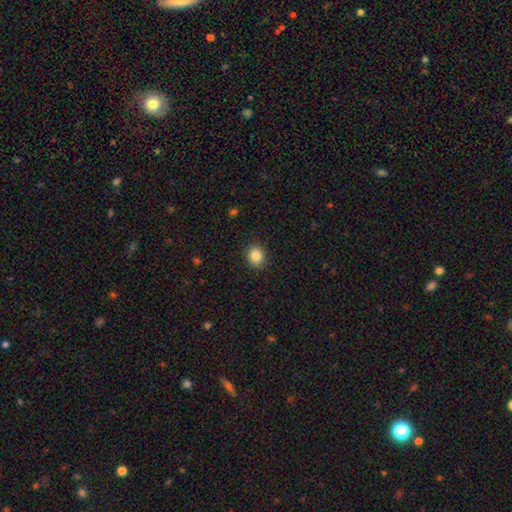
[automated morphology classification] Smooth or featured? Predicted: smooth (p=0.85). How rounded? Predicted: round (p=0.76). Merging? Predicted: none (p=0.90).